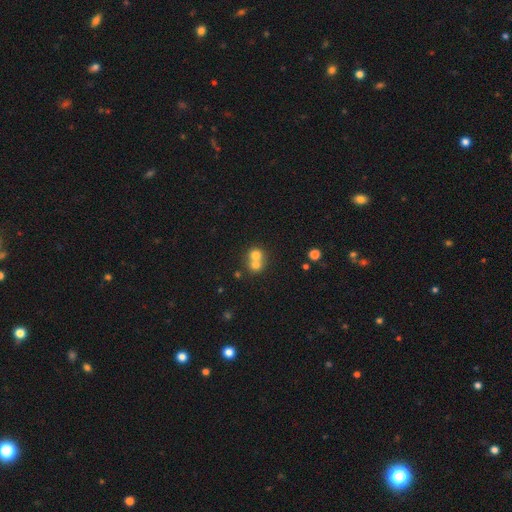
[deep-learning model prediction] A smooth galaxy with no disk features (71%) that is round (81%).

Vote fractions:
- Smooth or featured? smooth: 71% / featured or disk: 17% / star or artifact: 12%
- How rounded? round: 81% / in between: 18% / cigar-shaped: 1%
- Merging? merger: 64% / none: 29% / minor disturbance: 4% / major disturbance: 2%